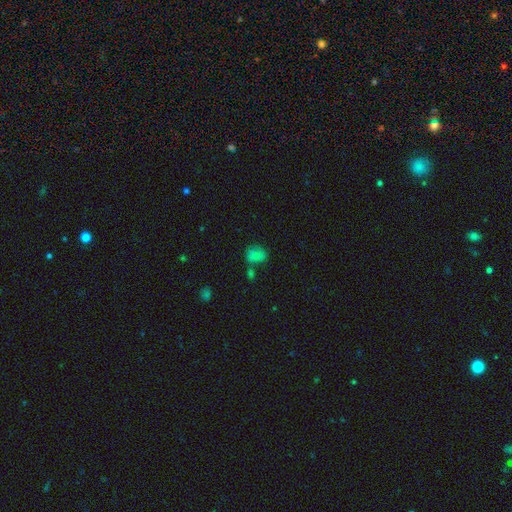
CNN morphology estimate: Smooth or featured? smooth (72%)
How rounded? in between (53%)
Merging? none (48%)